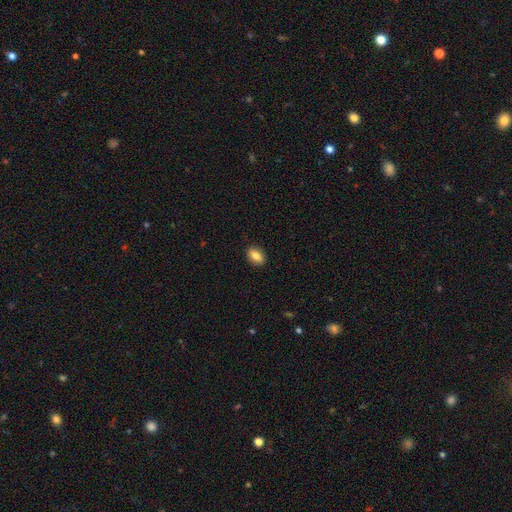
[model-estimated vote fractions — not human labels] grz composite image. It shows a smooth galaxy with no disk features (83%) that is in between round and cigar-shaped (88%). Merging: none (89%).